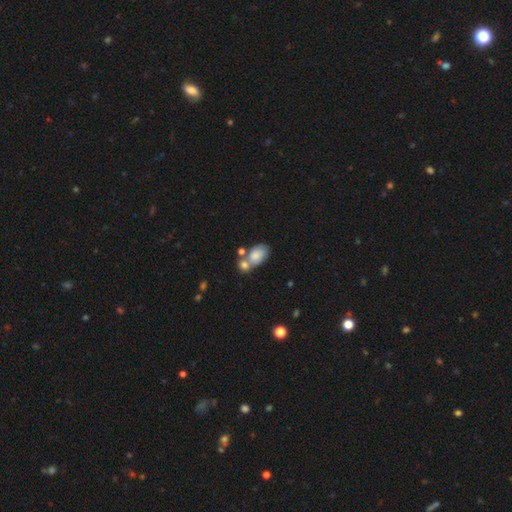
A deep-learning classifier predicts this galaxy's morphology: A smooth galaxy with no disk features (79%) that is in between round and cigar-shaped (89%). Merging: merger (42%).